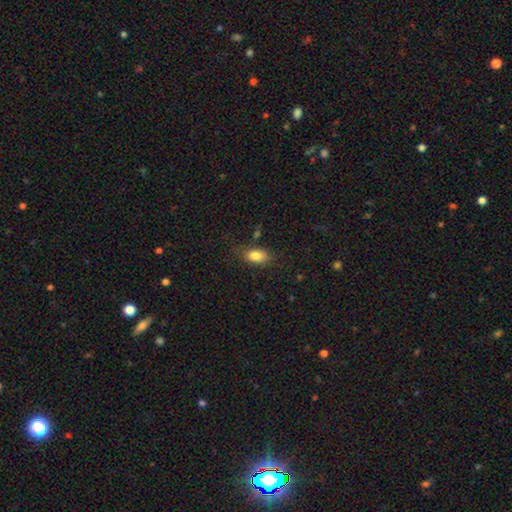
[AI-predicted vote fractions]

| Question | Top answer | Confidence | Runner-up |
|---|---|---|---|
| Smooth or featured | smooth | 82% | featured or disk (9%) |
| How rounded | in between | 86% | round (9%) |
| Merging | none | 74% | minor disturbance (18%) |